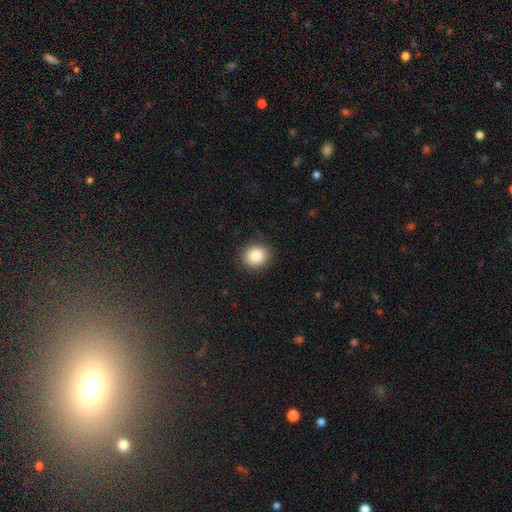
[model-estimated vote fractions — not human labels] Smooth or featured: smooth — 87% (star or artifact — 9%)
How rounded: round — 82% (in between — 18%)
Merging: none — 89% (minor disturbance — 8%)